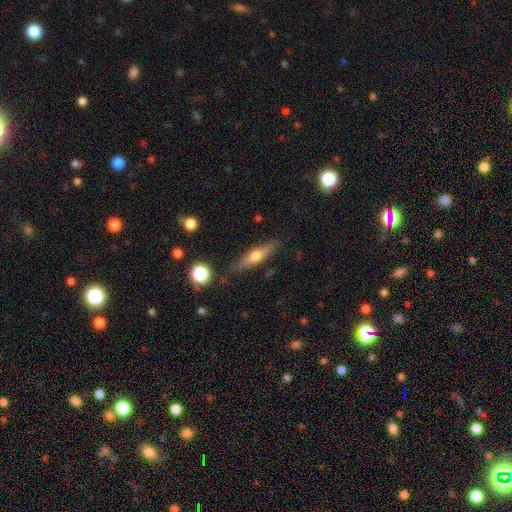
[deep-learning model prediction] Smooth or featured: featured or disk — 52% (smooth — 41%)
Edge-on disk: yes — 92% (no — 8%)
Merging: none — 84% (minor disturbance — 11%)